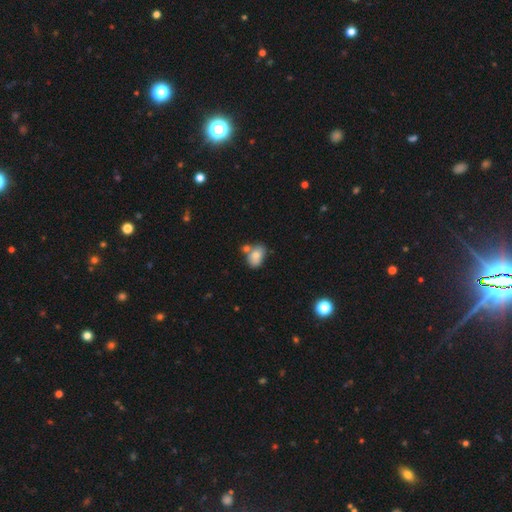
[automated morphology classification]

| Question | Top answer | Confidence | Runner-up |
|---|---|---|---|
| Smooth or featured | smooth | 78% | featured or disk (13%) |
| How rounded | in between | 83% | round (16%) |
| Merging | none | 50% | merger (28%) |